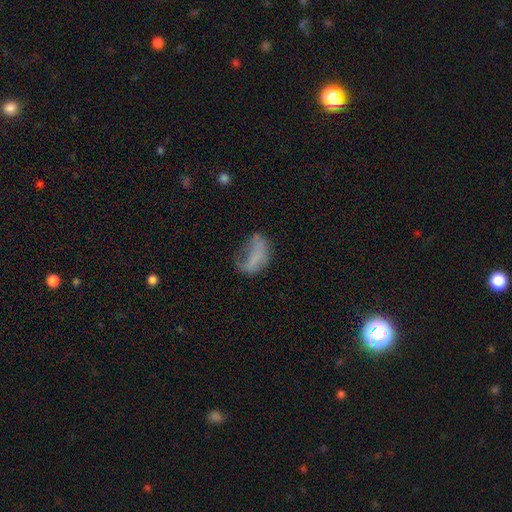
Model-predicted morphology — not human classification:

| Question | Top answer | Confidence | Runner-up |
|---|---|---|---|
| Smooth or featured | smooth | 57% | featured or disk (30%) |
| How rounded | in between | 85% | round (10%) |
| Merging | major disturbance | 39% | none (29%) |